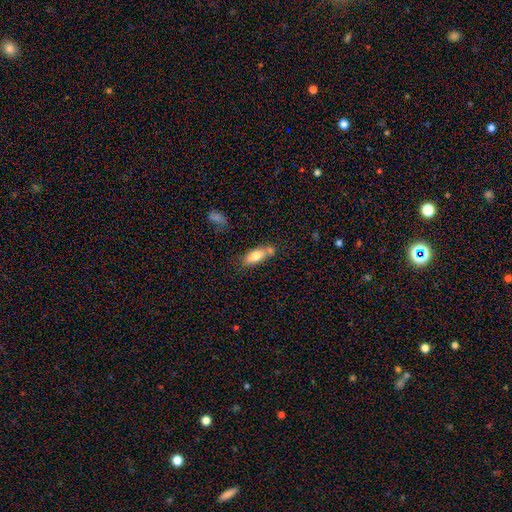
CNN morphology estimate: smooth-or-featured: smooth: 75% | featured or disk: 18% | star or artifact: 7%
  how-rounded: in between: 75% | cigar-shaped: 22% | round: 3%
  merging: none: 51% | merger: 26% | minor disturbance: 18% | major disturbance: 5%